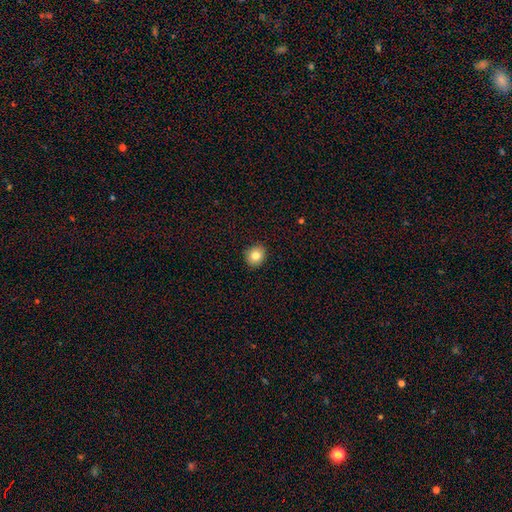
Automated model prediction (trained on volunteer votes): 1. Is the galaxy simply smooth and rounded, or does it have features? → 81% smooth, 10% star or artifact, 9% featured or disk.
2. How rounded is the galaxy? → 77% round, 22% in between, 1% cigar-shaped.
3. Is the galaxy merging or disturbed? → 91% none, 7% minor disturbance, 2% major disturbance, 1% merger.